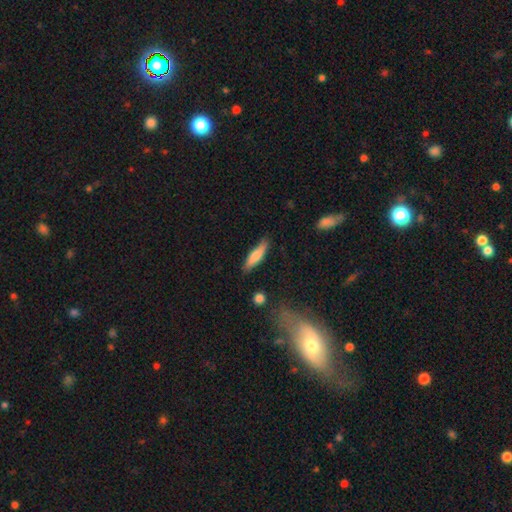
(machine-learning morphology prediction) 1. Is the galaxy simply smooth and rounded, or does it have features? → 75% smooth, 19% featured or disk, 6% star or artifact.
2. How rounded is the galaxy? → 73% cigar-shaped, 25% in between, 2% round.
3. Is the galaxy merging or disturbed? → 80% none, 15% minor disturbance, 3% major disturbance, 2% merger.